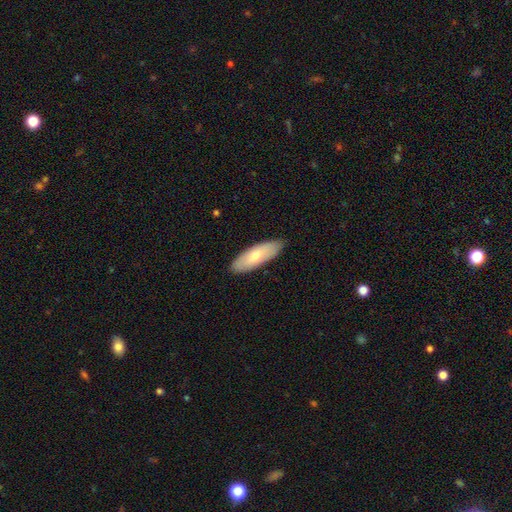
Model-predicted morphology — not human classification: smooth-or-featured: smooth: 64% | featured or disk: 31% | star or artifact: 6%
  how-rounded: in between: 62% | cigar-shaped: 36% | round: 2%
  merging: none: 88% | minor disturbance: 10% | major disturbance: 2% | merger: 1%